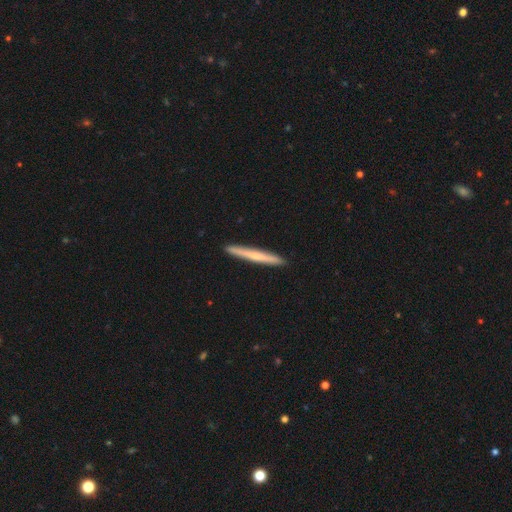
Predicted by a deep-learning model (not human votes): Overall: smooth (51%; featured or disk 43%). How rounded: cigar-shaped (97%). Merging: none (93%).